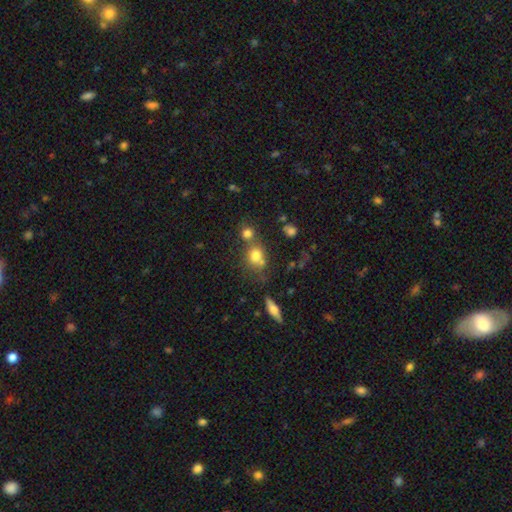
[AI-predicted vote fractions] Smooth or featured? smooth (73%)
How rounded? round (68%)
Merging? none (49%)